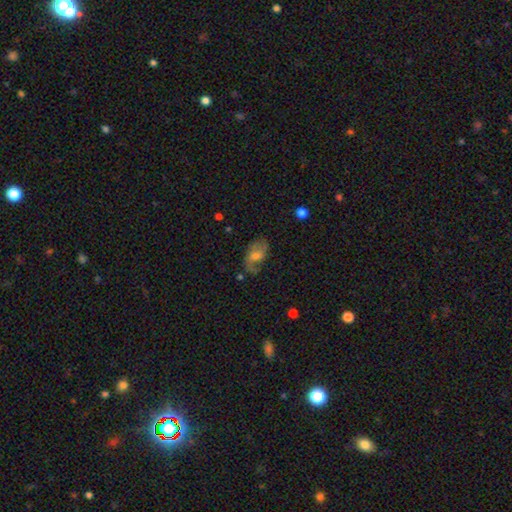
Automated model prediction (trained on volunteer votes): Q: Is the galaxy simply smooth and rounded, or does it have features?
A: featured or disk — 51%.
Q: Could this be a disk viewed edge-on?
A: no — 94%.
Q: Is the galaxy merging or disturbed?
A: none — 57%.